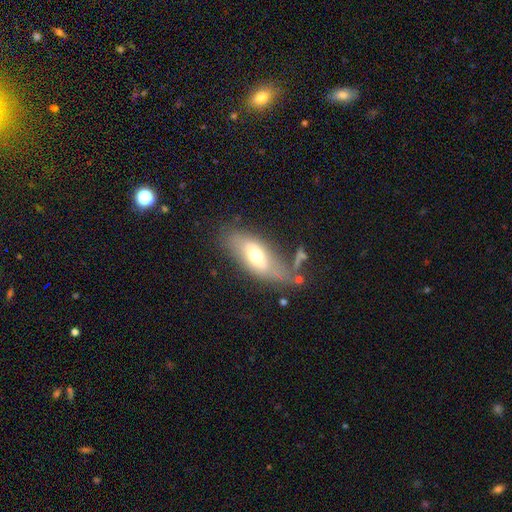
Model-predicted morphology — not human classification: A smooth galaxy with no disk features (56%) that is in between round and cigar-shaped (79%).

Vote fractions:
- Smooth or featured? smooth: 56% / featured or disk: 36% / star or artifact: 8%
- How rounded? in between: 79% / cigar-shaped: 17% / round: 4%
- Merging? none: 55% / minor disturbance: 21% / major disturbance: 15% / merger: 8%